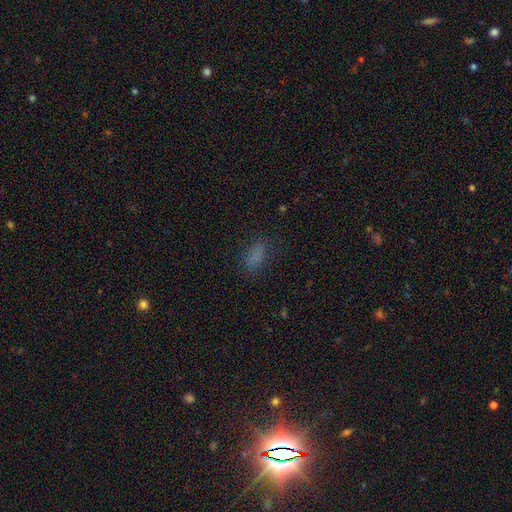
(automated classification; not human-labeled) This is likely a smooth galaxy (77%). How rounded: clearly in between (80%). Merging: likely none (73%).